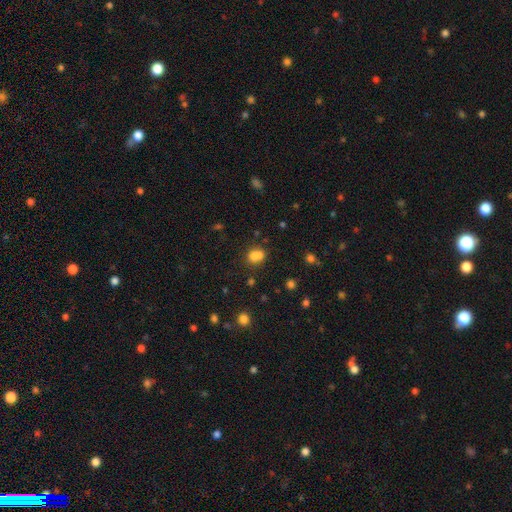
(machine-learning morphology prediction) A smooth galaxy with no disk features (73%) that is round (61%).

Vote fractions:
- Smooth or featured? smooth: 73% / star or artifact: 14% / featured or disk: 13%
- How rounded? round: 61% / in between: 38% / cigar-shaped: 1%
- Merging? merger: 50% / none: 35% / minor disturbance: 10% / major disturbance: 5%